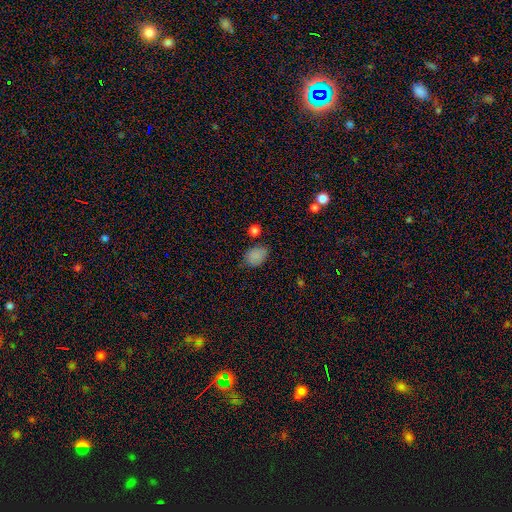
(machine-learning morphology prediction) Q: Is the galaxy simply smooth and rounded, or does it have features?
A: smooth — 84%.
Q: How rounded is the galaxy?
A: in between — 73%.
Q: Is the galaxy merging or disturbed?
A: none — 71%.